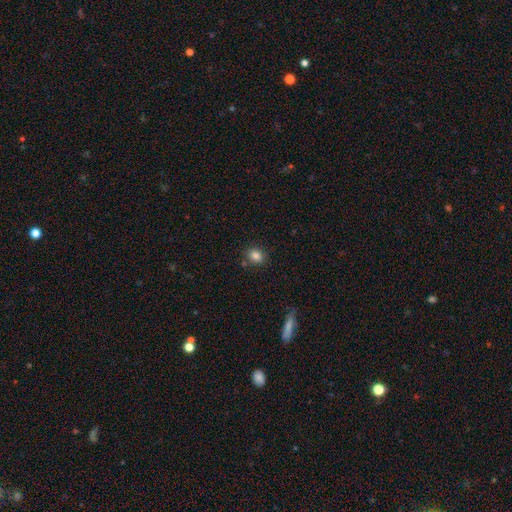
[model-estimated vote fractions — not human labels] Q: Smooth or featured?
A: smooth (84%); runner-up: star or artifact (10%)
Q: How rounded?
A: in between (51%); runner-up: round (48%)
Q: Merging?
A: none (80%); runner-up: minor disturbance (12%)